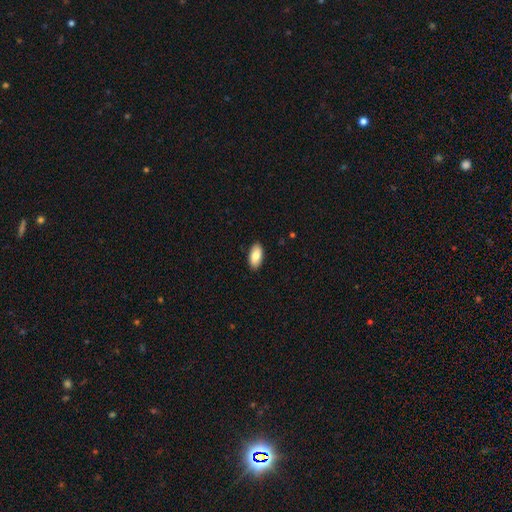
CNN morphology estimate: The model was most divided on "smooth or featured": smooth: 83%, featured or disk: 11%, star or artifact: 6%. More confident: how rounded — in between (93%); merging — none (90%).